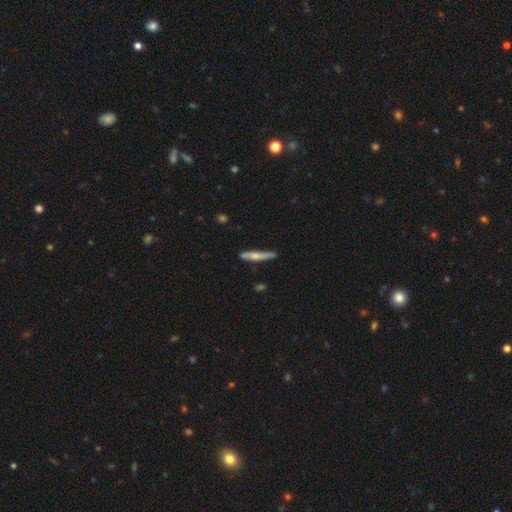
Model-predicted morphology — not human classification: The model was most divided on "smooth or featured": smooth: 52%, featured or disk: 43%, star or artifact: 5%. More confident: how rounded — cigar-shaped (91%); merging — none (78%).